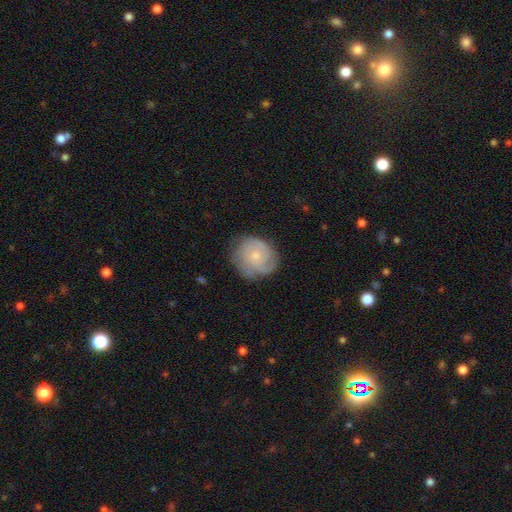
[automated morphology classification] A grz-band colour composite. It shows a featured or disk galaxy (55%) with no bar (79%), spiral arms (85%) and a small central bulge (63%). Merging: none (69%).